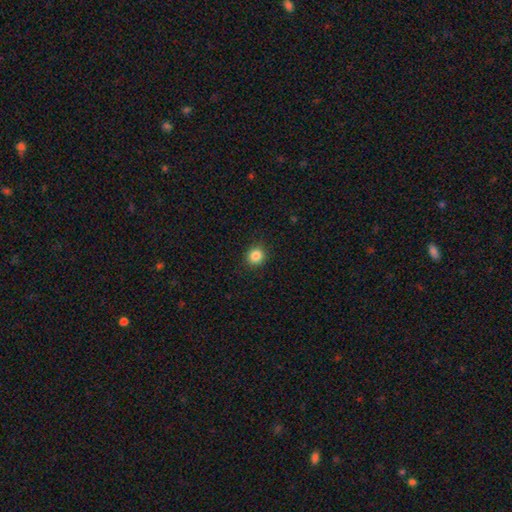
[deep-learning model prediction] A smooth galaxy with no disk features (85%) that is round (86%).

Vote fractions:
- Smooth or featured? smooth: 85% / star or artifact: 11% / featured or disk: 4%
- How rounded? round: 86% / in between: 13% / cigar-shaped: 1%
- Merging? none: 90% / minor disturbance: 7% / major disturbance: 2% / merger: 1%